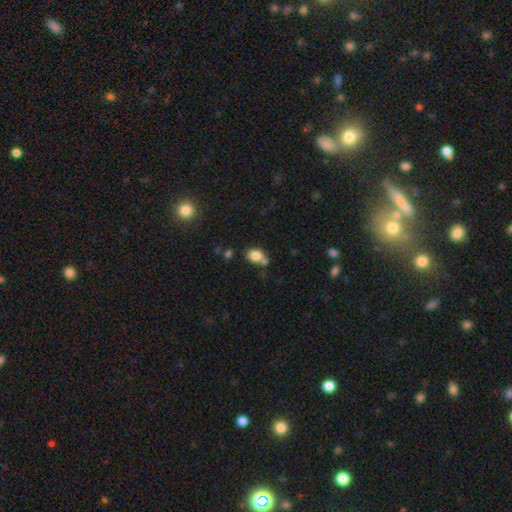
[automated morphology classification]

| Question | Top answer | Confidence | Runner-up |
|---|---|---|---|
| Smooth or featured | smooth | 82% | star or artifact (10%) |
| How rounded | in between | 53% | round (46%) |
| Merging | none | 51% | merger (29%) |